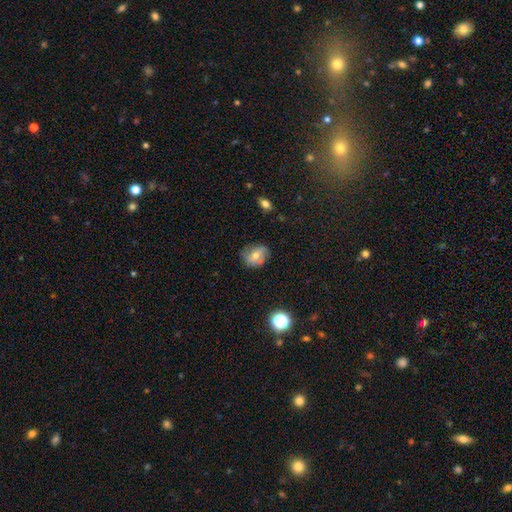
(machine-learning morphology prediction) Q: Smooth or featured?
A: smooth (49%); runner-up: featured or disk (39%)
Q: Merging?
A: none (64%); runner-up: minor disturbance (25%)